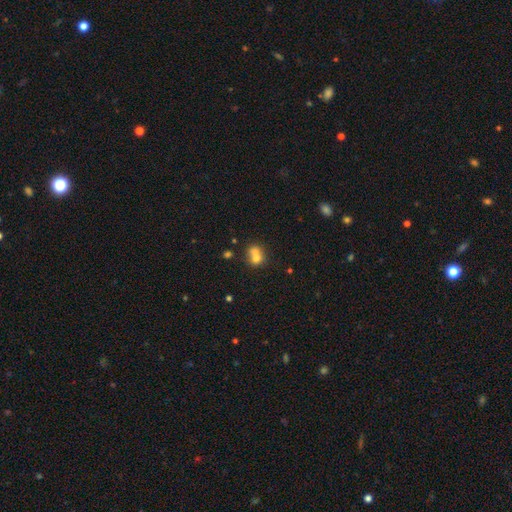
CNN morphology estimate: smooth_or_featured: smooth (p=0.67) [alt: featured or disk p=0.21]
how_rounded: round (p=0.66) [alt: in between p=0.33]
merging: merger (p=0.65) [alt: none p=0.26]